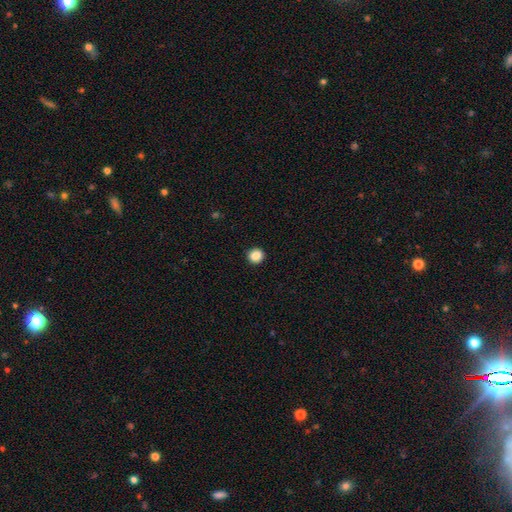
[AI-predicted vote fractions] The model was most divided on "smooth or featured": smooth: 88%, star or artifact: 10%, featured or disk: 3%. More confident: merging — none (93%); how rounded — round (92%).